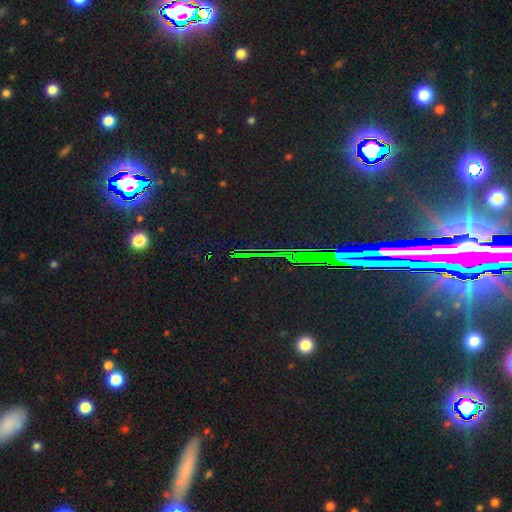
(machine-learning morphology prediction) smooth-or-featured: star or artifact: 83% | smooth: 9% | featured or disk: 8%